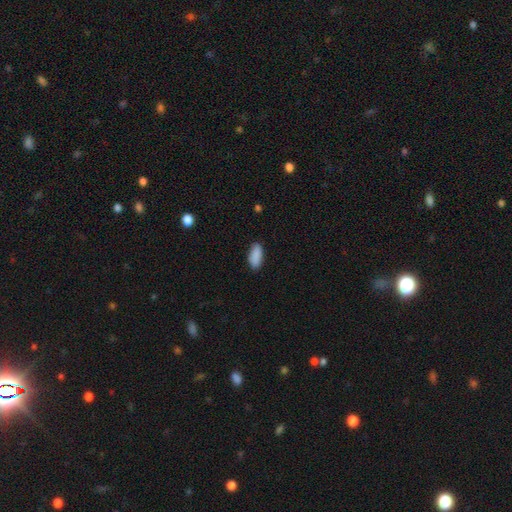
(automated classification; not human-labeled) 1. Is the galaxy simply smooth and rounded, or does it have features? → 89% smooth, 7% star or artifact, 4% featured or disk.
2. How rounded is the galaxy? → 84% in between, 14% cigar-shaped, 2% round.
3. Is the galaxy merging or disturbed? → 85% none, 12% minor disturbance, 2% major disturbance, 1% merger.